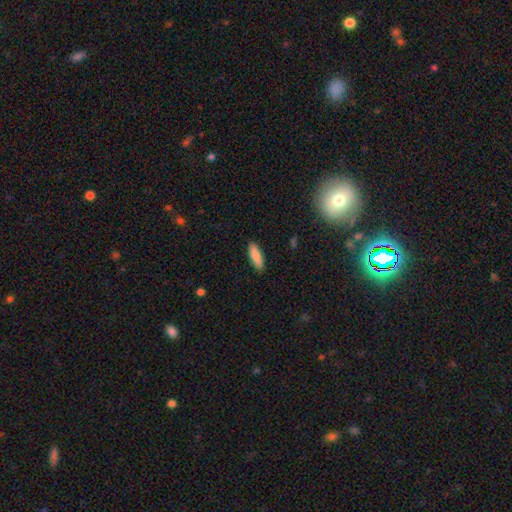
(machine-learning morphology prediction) The model was most divided on "how rounded" (2-way tie): cigar-shaped: 49%, in between: 49%, round: 2%. More confident: merging — none (89%); smooth or featured — smooth (86%).